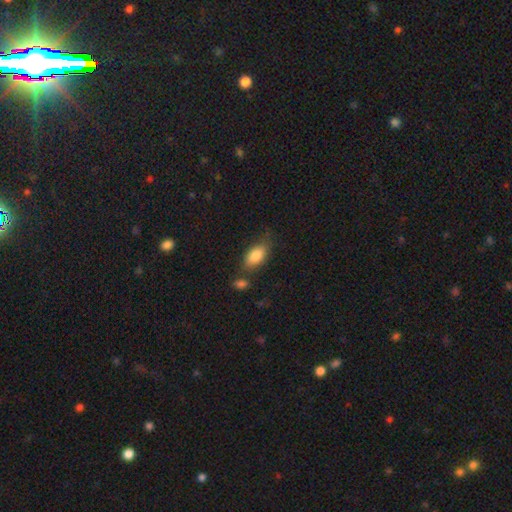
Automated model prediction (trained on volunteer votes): A smooth galaxy with no disk features (84%) that is in between round and cigar-shaped (89%). Merging: none (63%).